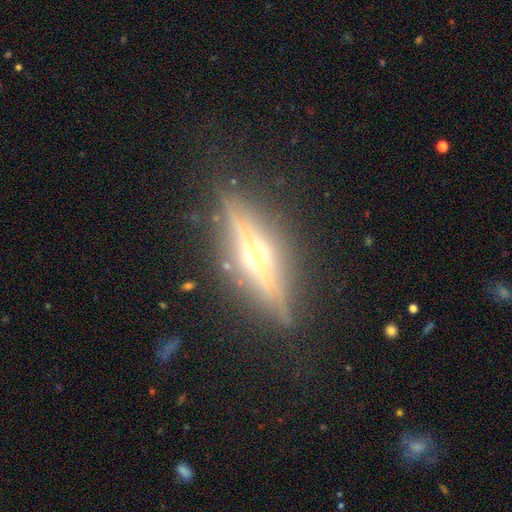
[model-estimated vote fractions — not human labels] smooth-or-featured: featured or disk: 79% | smooth: 14% | star or artifact: 7%
  disk-edge-on: yes: 93% | no: 7%
    edge-on-bulge: rounded: 91% | none: 5% | boxy: 4%
  merging: none: 83% | minor disturbance: 12% | major disturbance: 4% | merger: 2%